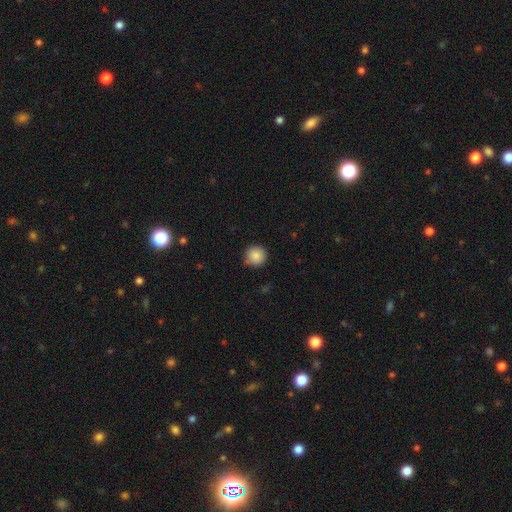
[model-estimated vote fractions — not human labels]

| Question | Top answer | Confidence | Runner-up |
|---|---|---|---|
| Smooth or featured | smooth | 87% | star or artifact (9%) |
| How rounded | round | 95% | in between (4%) |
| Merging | none | 84% | minor disturbance (12%) |